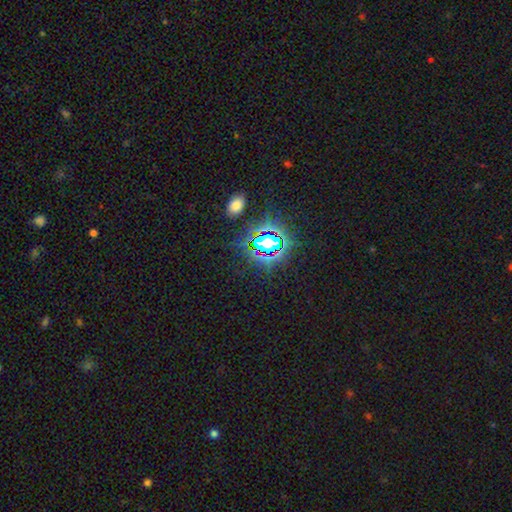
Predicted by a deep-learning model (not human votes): Overall: star or artifact (76%).